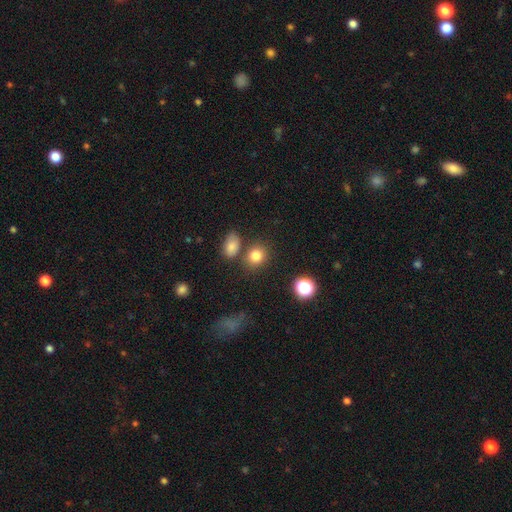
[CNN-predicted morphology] Smooth or featured?
  - smooth: 80% *
  - star or artifact: 13%
  - featured or disk: 7%
How rounded?
  - round: 64% *
  - in between: 35%
  - cigar-shaped: 1%
Merging?
  - none: 72% *
  - merger: 13%
  - minor disturbance: 11%
  - major disturbance: 4%